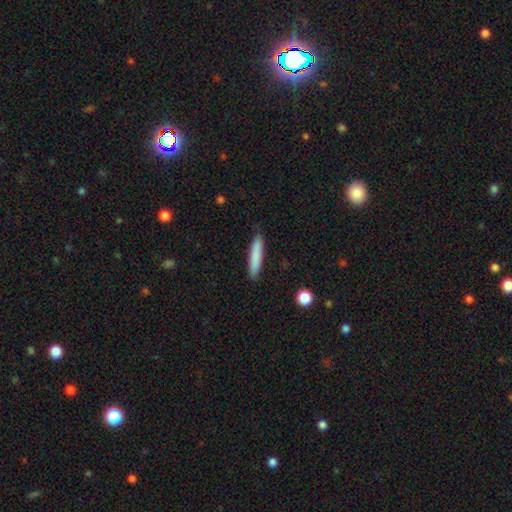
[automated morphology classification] A smooth galaxy with no disk features (83%) that is cigar-shaped (90%).

Vote fractions:
- Smooth or featured? smooth: 83% / featured or disk: 11% / star or artifact: 6%
- How rounded? cigar-shaped: 90% / in between: 9% / round: 1%
- Merging? none: 87% / minor disturbance: 10% / major disturbance: 2% / merger: 1%